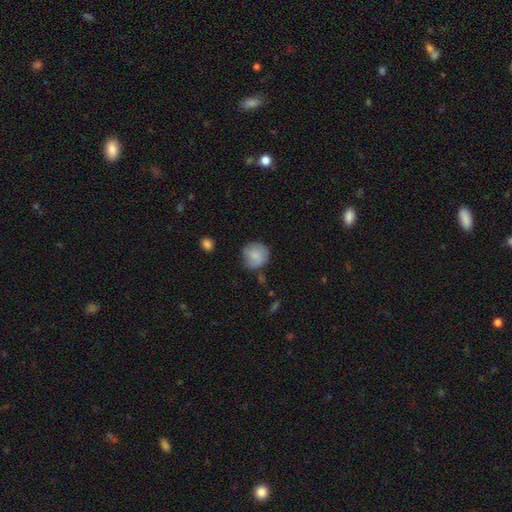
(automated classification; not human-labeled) The model was most divided on "merging": none: 72%, minor disturbance: 19%, major disturbance: 6%, merger: 3%. More confident: how rounded — round (88%); smooth or featured — smooth (76%).